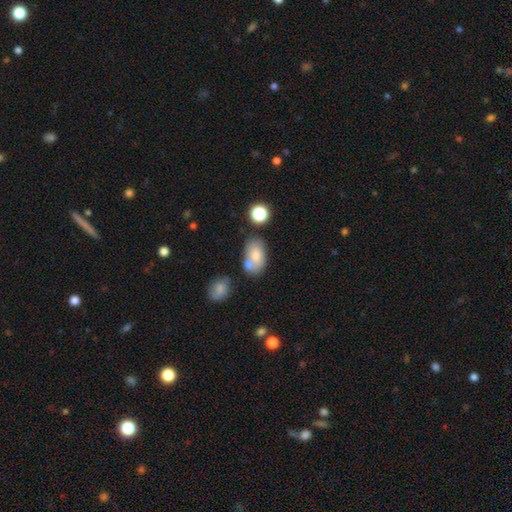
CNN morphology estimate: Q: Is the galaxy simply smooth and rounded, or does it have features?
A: smooth — 73%.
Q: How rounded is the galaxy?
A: in between — 88%.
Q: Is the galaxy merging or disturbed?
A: none — 49%.